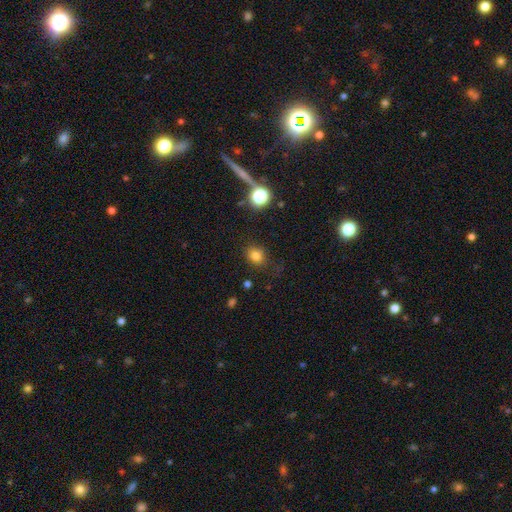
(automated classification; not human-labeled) Smooth or featured: smooth — 79% (star or artifact — 15%)
How rounded: round — 69% (in between — 30%)
Merging: none — 79% (minor disturbance — 13%)